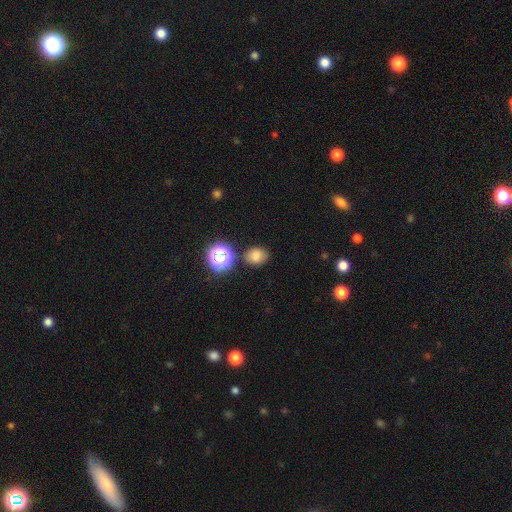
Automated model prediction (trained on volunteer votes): Smooth or featured? Predicted: smooth (p=0.72). How rounded? Predicted: round (p=0.61). Merging? Predicted: none (p=0.77).